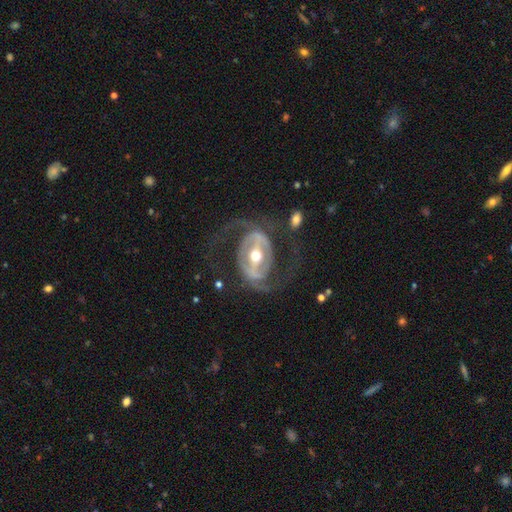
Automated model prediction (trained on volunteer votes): This appears to be a featured or disk galaxy (89%) with a strong bar (64%), 2 (88%) medium (46%) spiral arms (83%) and a moderate central bulge (76%). Merging: none (66%).